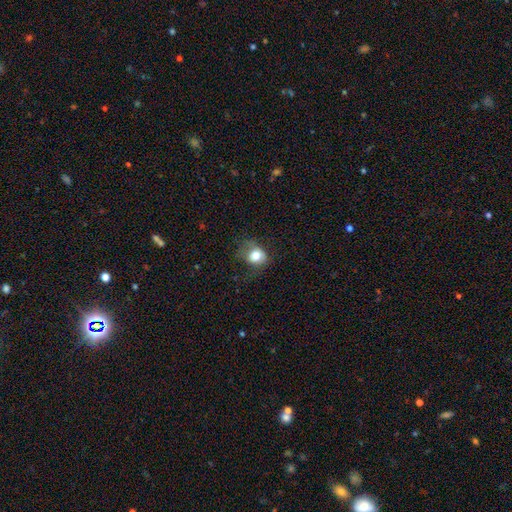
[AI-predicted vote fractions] smooth 77%, featured or disk 12%, star or artifact 11%. Down the decision tree: how rounded — round (61%); merging — none (49%).